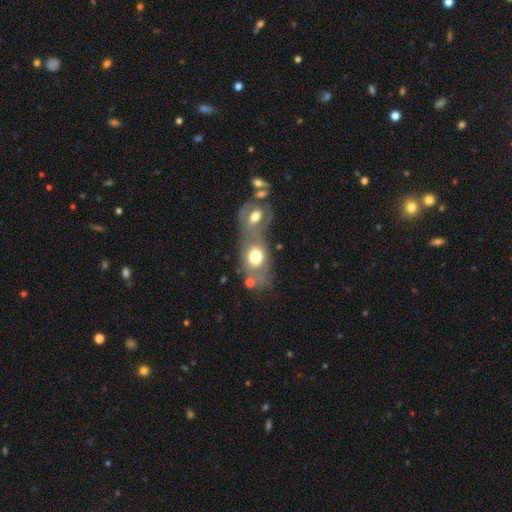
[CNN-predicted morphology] A smooth galaxy with no disk features (46%).

Vote fractions:
- Smooth or featured? smooth: 46% / featured or disk: 32% / star or artifact: 22%
- Merging? merger: 49% / none: 33% / minor disturbance: 10% / major disturbance: 8%